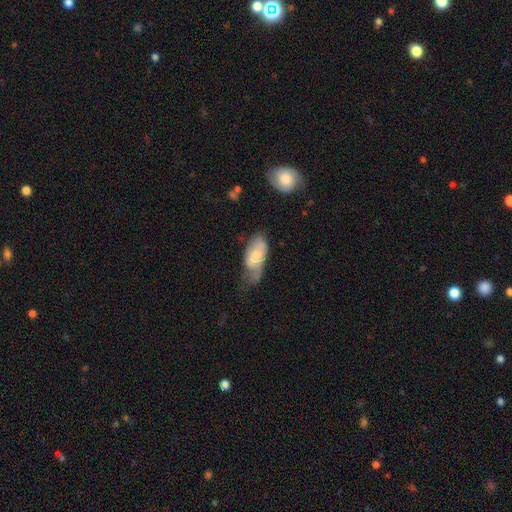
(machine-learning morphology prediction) smooth 60%, featured or disk 34%, star or artifact 6%. Down the decision tree: how rounded — in between (90%); merging — minor disturbance (38%).